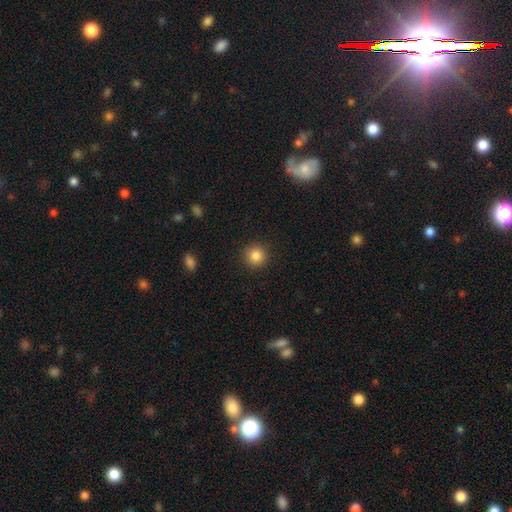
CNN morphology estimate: Q: Smooth or featured?
A: smooth (85%); runner-up: star or artifact (10%)
Q: How rounded?
A: round (95%); runner-up: in between (5%)
Q: Merging?
A: none (92%); runner-up: minor disturbance (5%)